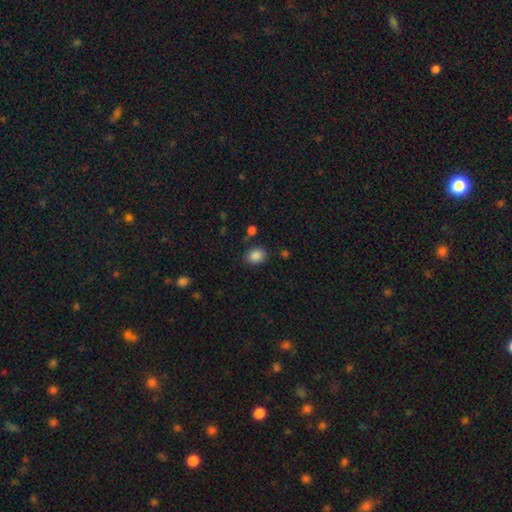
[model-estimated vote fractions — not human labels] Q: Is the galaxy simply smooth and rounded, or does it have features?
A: smooth — 87%.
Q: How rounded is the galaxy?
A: in between — 61%.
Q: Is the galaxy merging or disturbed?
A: none — 82%.